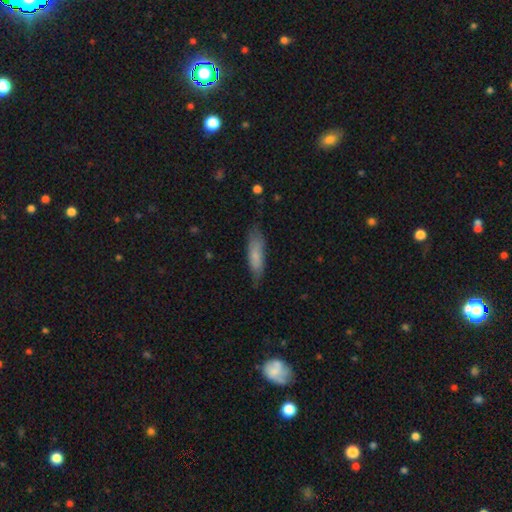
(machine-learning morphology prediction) type=smooth (74%); roundness=cigar-shaped (57%); merging=none (69%).